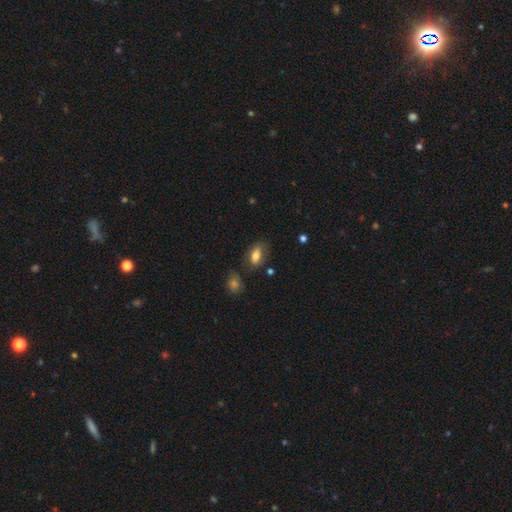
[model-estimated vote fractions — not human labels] Smooth or featured? Predicted: smooth (p=0.72). How rounded? Predicted: in between (p=0.87). Merging? Predicted: none (p=0.66).